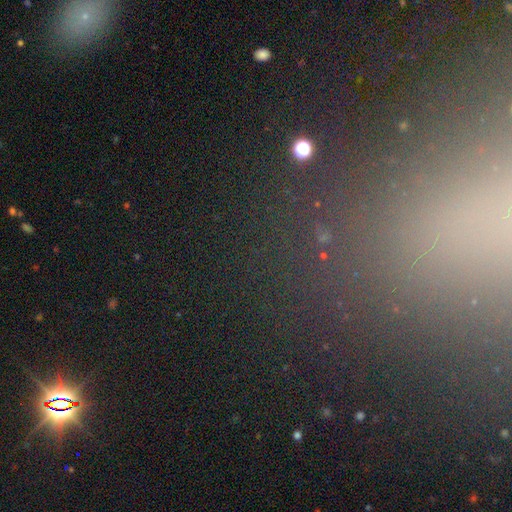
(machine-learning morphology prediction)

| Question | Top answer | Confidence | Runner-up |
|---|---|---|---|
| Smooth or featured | star or artifact | 66% | smooth (21%) |